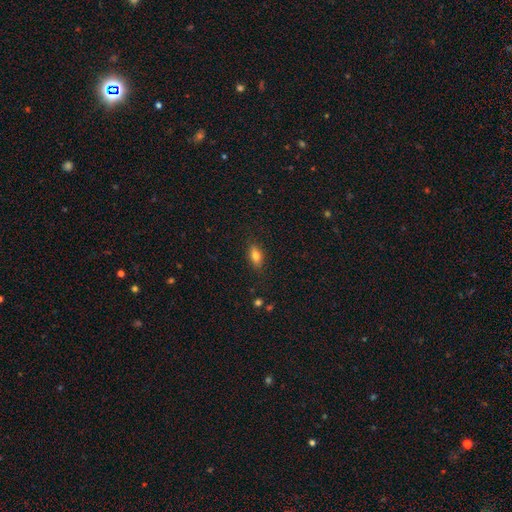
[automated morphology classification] This appears to be a smooth galaxy with no disk features (76%) that is in between round and cigar-shaped (81%). Merging: none (84%).